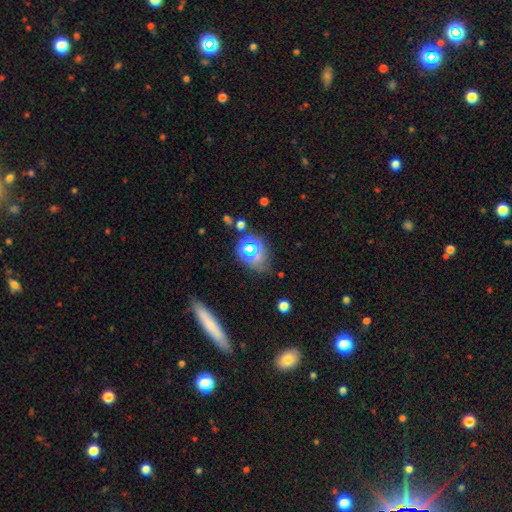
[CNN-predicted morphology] Overall: smooth (46%; star or artifact 39%). Merging: none (64%).